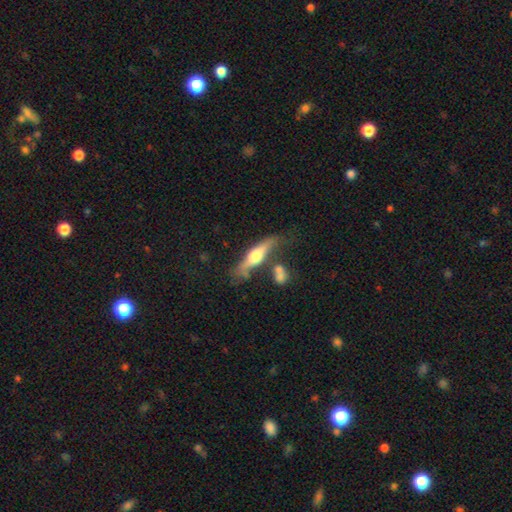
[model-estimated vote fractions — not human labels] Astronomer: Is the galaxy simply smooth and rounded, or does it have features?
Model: featured or disk — 61%.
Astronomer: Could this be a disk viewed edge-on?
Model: yes — 89%.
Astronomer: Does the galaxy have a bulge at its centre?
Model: rounded — 90%.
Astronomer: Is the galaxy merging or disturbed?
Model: none — 59%.